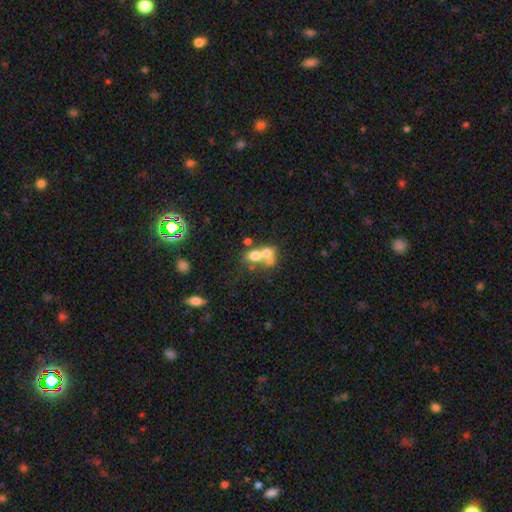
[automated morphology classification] Q: Smooth or featured?
A: smooth (60%); runner-up: featured or disk (25%)
Q: How rounded?
A: round (61%); runner-up: in between (37%)
Q: Merging?
A: merger (64%); runner-up: none (24%)